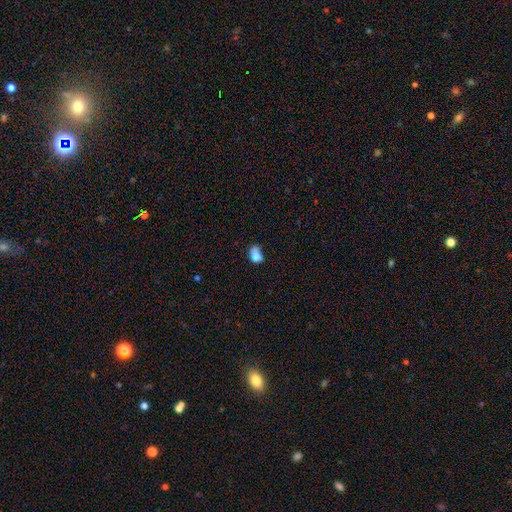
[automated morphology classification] The model was most divided on "merging": minor disturbance: 33%, none: 32%, major disturbance: 20%, merger: 14%. More confident: how rounded — in between (82%); smooth or featured — smooth (78%).